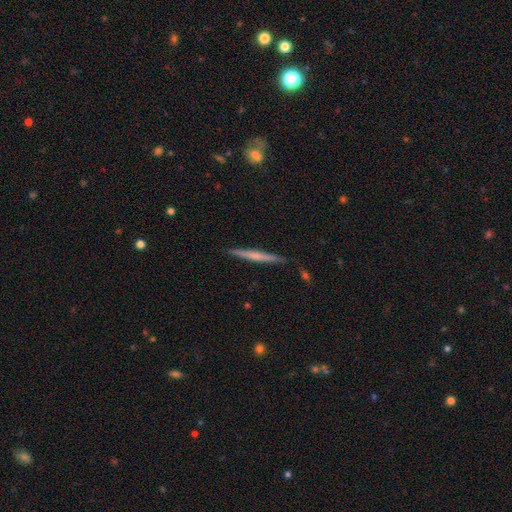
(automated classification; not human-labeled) smooth_or_featured: featured or disk (p=0.49) [alt: smooth p=0.45]
merging: none (p=0.90) [alt: minor disturbance p=0.08]